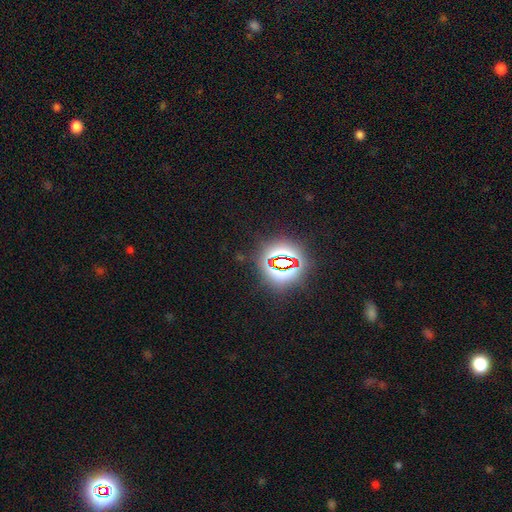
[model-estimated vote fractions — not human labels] Morphology: type=star or artifact (78%).